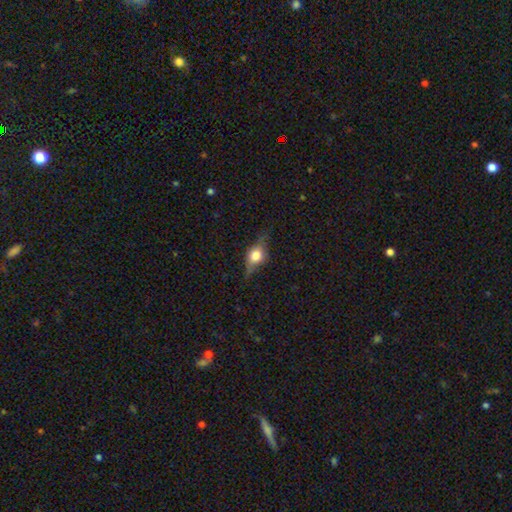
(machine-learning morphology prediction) Smooth or featured? featured or disk (48%)
Merging? none (71%)